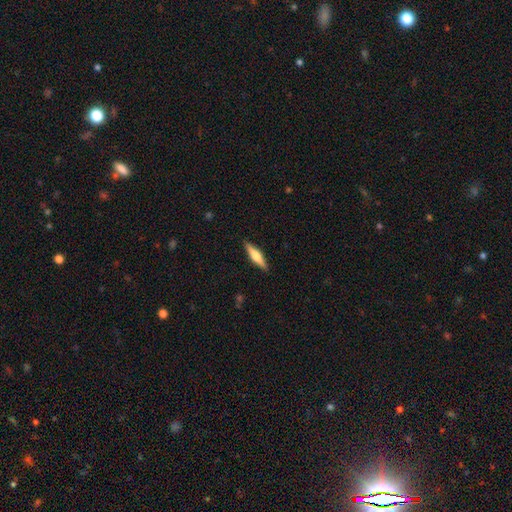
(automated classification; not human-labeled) A featured or disk galaxy (50%) viewed edge-on (96%).

Vote fractions:
- Smooth or featured? featured or disk: 50% / smooth: 44% / star or artifact: 6%
- Edge-on disk? yes: 96% / no: 4%
- Merging? none: 90% / minor disturbance: 7% / major disturbance: 2% / merger: 1%